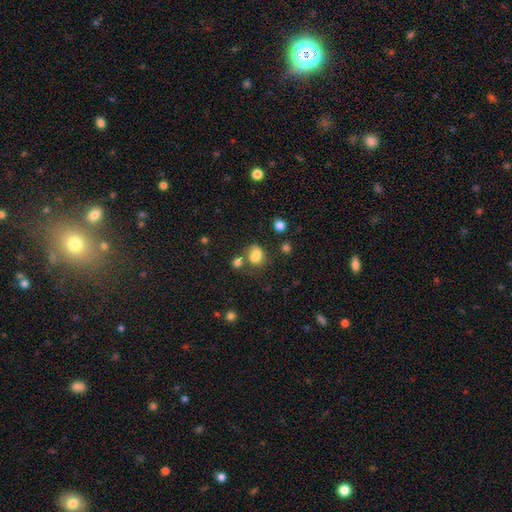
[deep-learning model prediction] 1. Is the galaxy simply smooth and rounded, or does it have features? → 74% smooth, 14% star or artifact, 12% featured or disk.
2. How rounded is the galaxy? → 55% in between, 44% round, 1% cigar-shaped.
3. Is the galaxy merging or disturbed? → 41% none, 33% merger, 17% minor disturbance, 9% major disturbance.